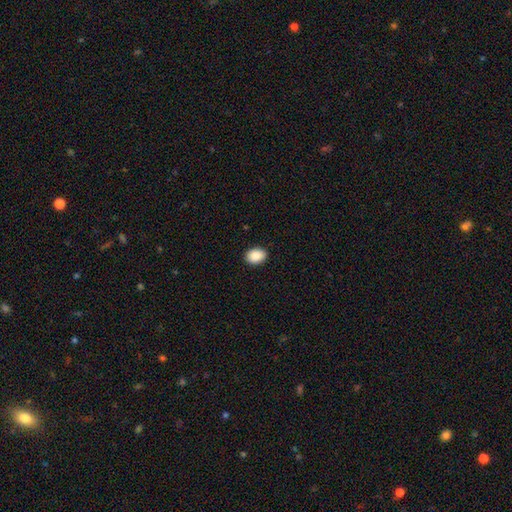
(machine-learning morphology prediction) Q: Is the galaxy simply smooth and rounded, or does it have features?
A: smooth — 89%.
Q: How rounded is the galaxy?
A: in between — 74%.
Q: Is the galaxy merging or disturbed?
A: none — 91%.